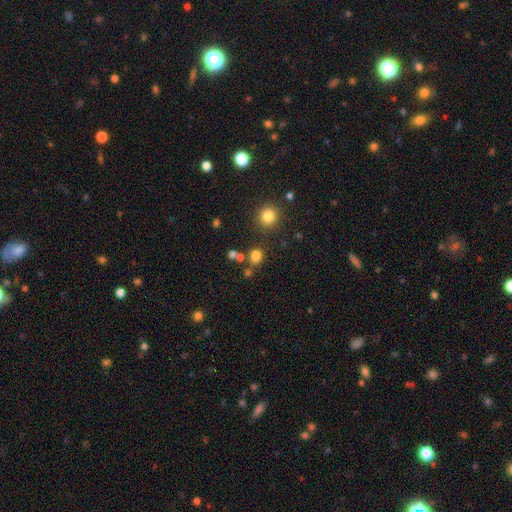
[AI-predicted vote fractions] smooth 78%, star or artifact 17%, featured or disk 6%. Down the decision tree: how rounded — round (69%); merging — none (71%).